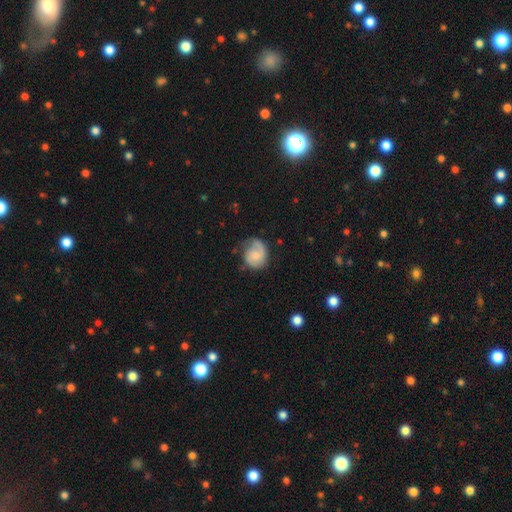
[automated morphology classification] A featured or disk galaxy (58%) with no bar (61%), 2 (44%, tied with 1) medium (41%) spiral arms (91%) and a small central bulge (47%). Merging: none (56%).